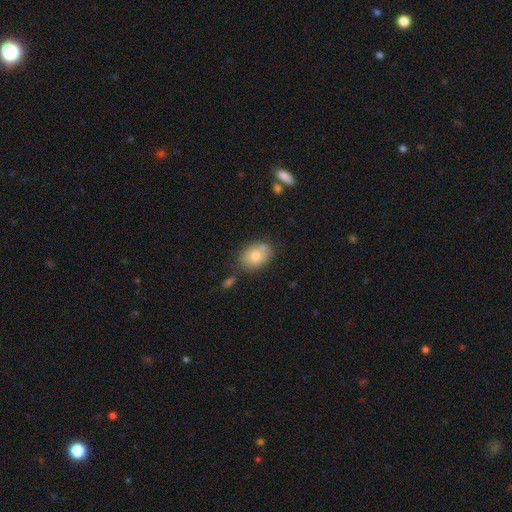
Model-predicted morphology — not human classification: smooth-or-featured: smooth: 76% | featured or disk: 16% | star or artifact: 8%
  how-rounded: in between: 67% | round: 32% | cigar-shaped: 1%
  merging: none: 67% | minor disturbance: 17% | merger: 12% | major disturbance: 4%